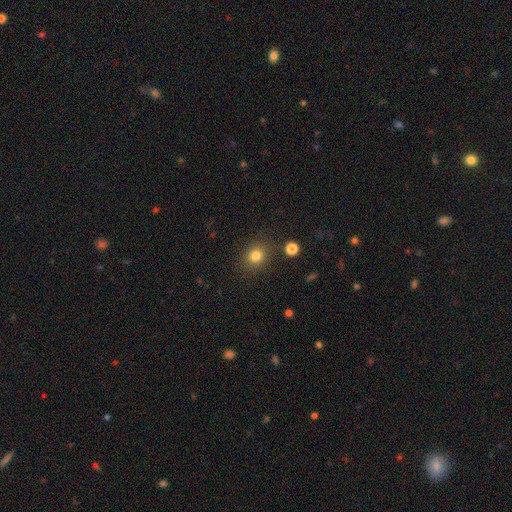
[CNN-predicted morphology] Smooth or featured? smooth (81%)
How rounded? round (75%)
Merging? none (85%)